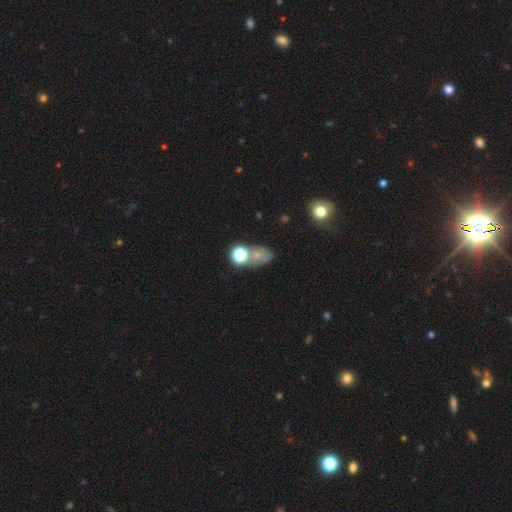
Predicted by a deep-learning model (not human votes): Morphology: type=smooth (51%); roundness=in between (58%); merging=none (46%).